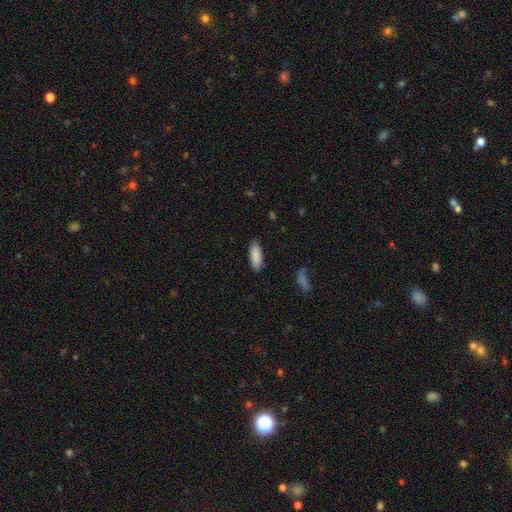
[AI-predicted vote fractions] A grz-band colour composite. It shows a smooth galaxy with no disk features (89%) that is in between round and cigar-shaped (68%). Merging: none (87%).